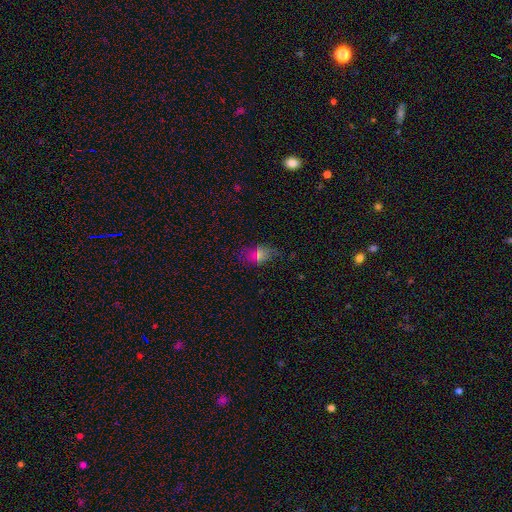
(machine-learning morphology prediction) A smooth galaxy with no disk features (63%) that is in between round and cigar-shaped (85%). Merging: none (61%).